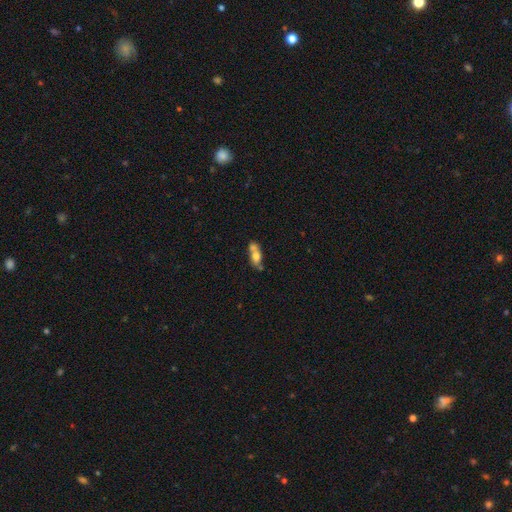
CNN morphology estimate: Q: Smooth or featured?
A: smooth (64%); runner-up: featured or disk (27%)
Q: How rounded?
A: in between (70%); runner-up: cigar-shaped (16%)
Q: Merging?
A: merger (51%); runner-up: none (31%)